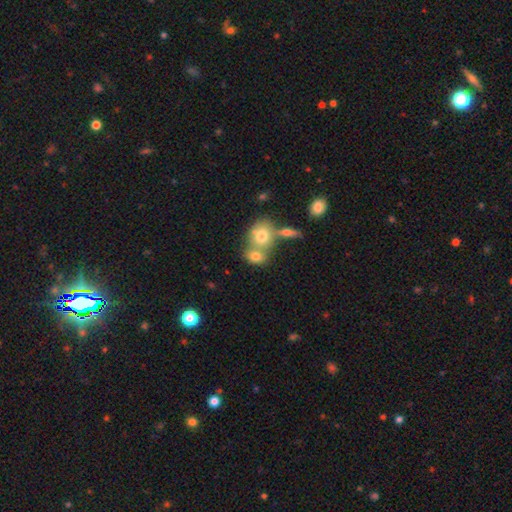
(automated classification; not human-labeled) Smooth or featured? smooth (72%)
How rounded? in between (50%)
Merging? merger (55%)